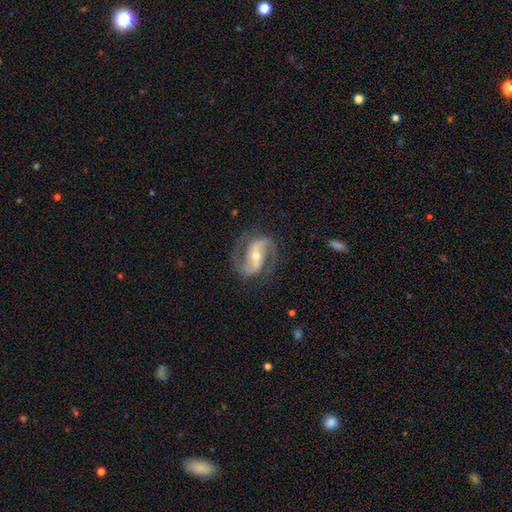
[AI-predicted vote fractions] Smooth or featured? featured or disk (90%)
Edge-on disk? no (97%)
Bar? strong (42%)
Spiral arms? yes (97%)
Spiral winding? medium (57%)
Spiral arm count? 2 (93%)
Bulge size? moderate (52%)
Merging? none (79%)